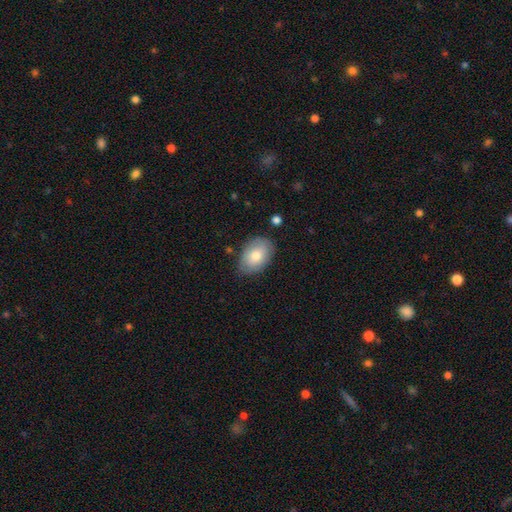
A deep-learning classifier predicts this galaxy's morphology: Q: Smooth or featured?
A: smooth (77%); runner-up: featured or disk (17%)
Q: How rounded?
A: in between (87%); runner-up: round (12%)
Q: Merging?
A: none (77%); runner-up: minor disturbance (18%)